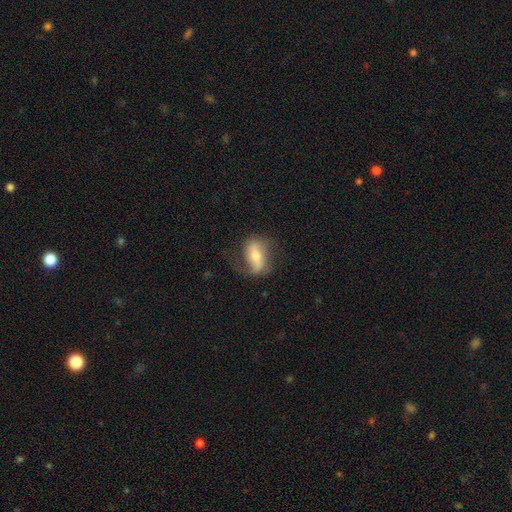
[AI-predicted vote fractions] This appears to be a featured or disk galaxy (56%). Merging: none (59%).